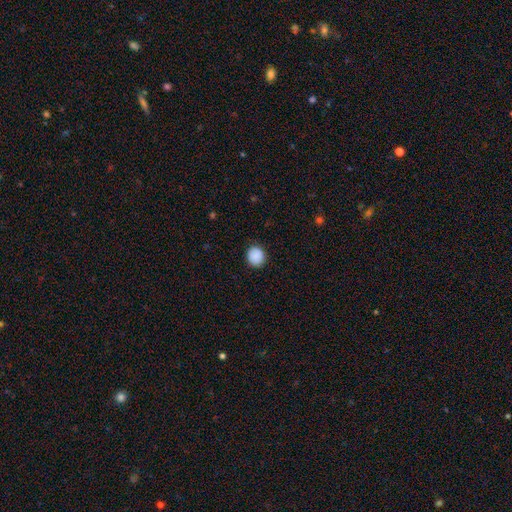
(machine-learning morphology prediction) A smooth galaxy with no disk features (89%) that is round (81%).

Vote fractions:
- Smooth or featured? smooth: 89% / star or artifact: 8% / featured or disk: 3%
- How rounded? round: 81% / in between: 18% / cigar-shaped: 1%
- Merging? none: 89% / minor disturbance: 8% / major disturbance: 2% / merger: 1%